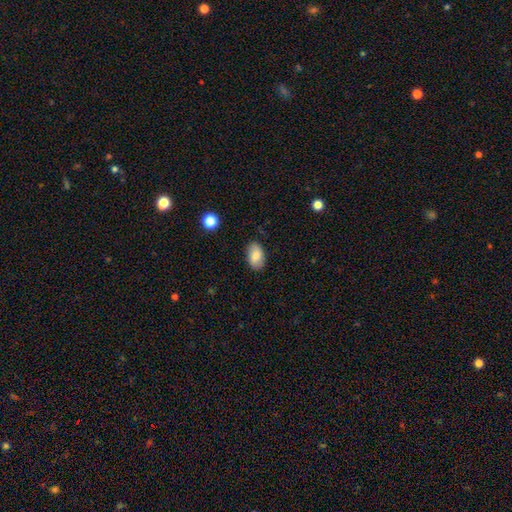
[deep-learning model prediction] Smooth or featured: smooth — 80% (featured or disk — 13%)
How rounded: in between — 92% (round — 7%)
Merging: none — 84% (minor disturbance — 12%)